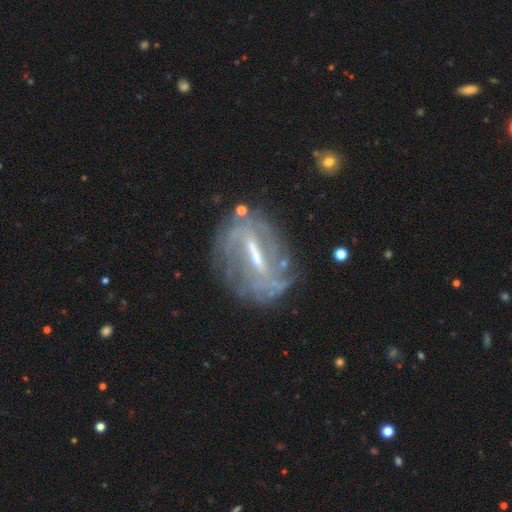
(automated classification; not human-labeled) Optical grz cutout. It shows a featured or disk galaxy (81%) with a strong bar (63%), tight (51%) spiral arms (74%) and a small central bulge (48%). Merging: none (67%).